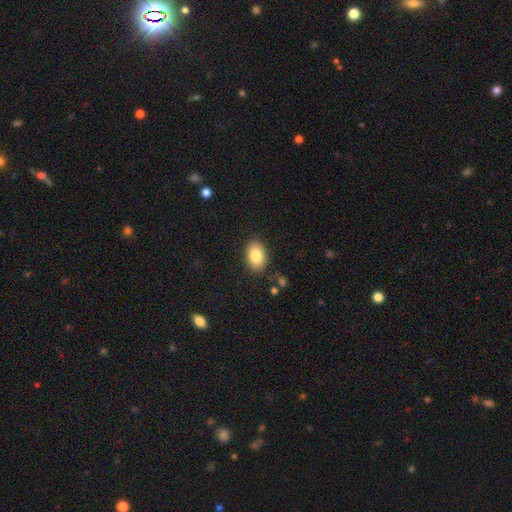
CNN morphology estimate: Smooth or featured: smooth — 85% (featured or disk — 8%)
How rounded: in between — 86% (round — 13%)
Merging: none — 86% (minor disturbance — 10%)